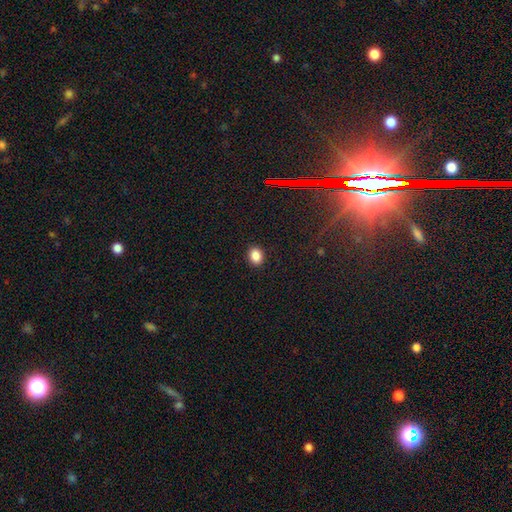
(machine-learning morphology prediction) Smooth or featured? smooth (87%)
How rounded? in between (60%)
Merging? none (90%)